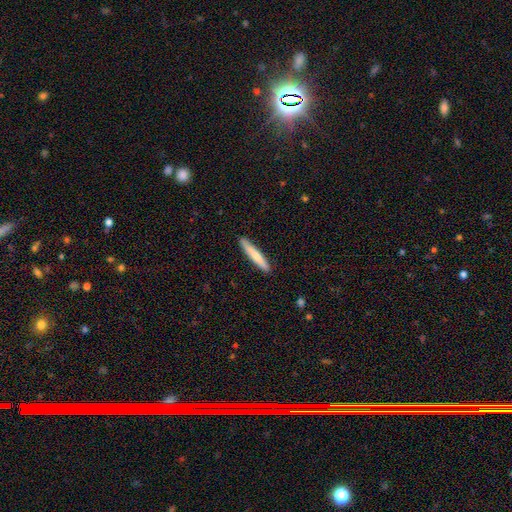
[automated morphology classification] A smooth galaxy with no disk features (72%) that is cigar-shaped (94%).

Vote fractions:
- Smooth or featured? smooth: 72% / featured or disk: 23% / star or artifact: 5%
- How rounded? cigar-shaped: 94% / in between: 5% / round: 1%
- Merging? none: 89% / minor disturbance: 8% / major disturbance: 1% / merger: 1%